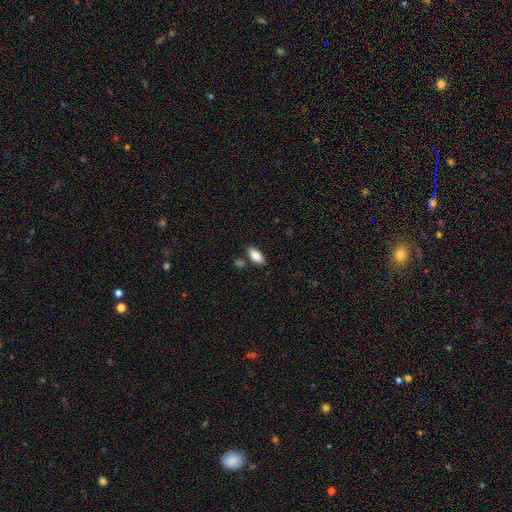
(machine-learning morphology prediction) The model was most divided on "merging": none: 82%, minor disturbance: 10%, merger: 6%, major disturbance: 2%. More confident: how rounded — in between (90%); smooth or featured — smooth (85%).